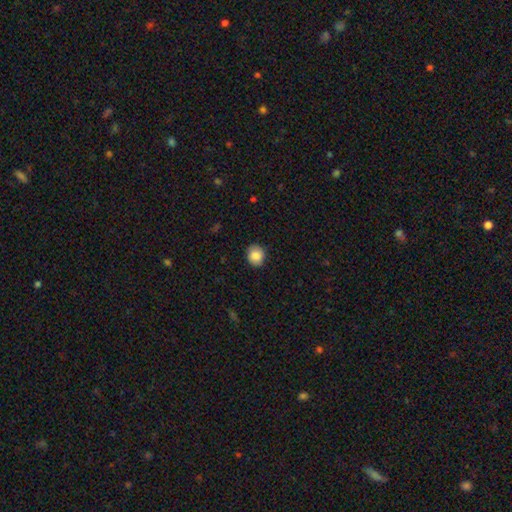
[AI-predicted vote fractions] A smooth galaxy with no disk features (86%) that is round (76%).

Vote fractions:
- Smooth or featured? smooth: 86% / star or artifact: 8% / featured or disk: 6%
- How rounded? round: 76% / in between: 23% / cigar-shaped: 1%
- Merging? none: 86% / minor disturbance: 11% / major disturbance: 2% / merger: 1%